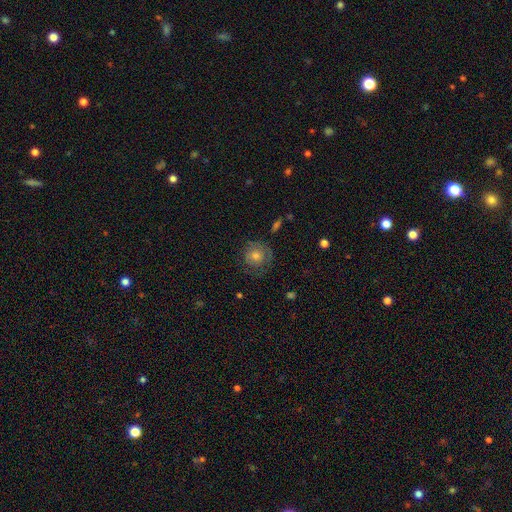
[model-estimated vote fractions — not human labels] Smooth or featured? Predicted: smooth (p=0.52). How rounded? Predicted: round (p=0.91). Merging? Predicted: none (p=0.72).